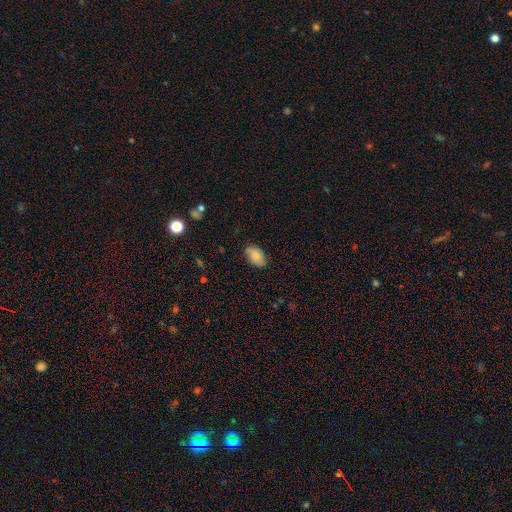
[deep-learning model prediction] A smooth galaxy with no disk features (72%) that is in between round and cigar-shaped (90%).

Vote fractions:
- Smooth or featured? smooth: 72% / featured or disk: 20% / star or artifact: 8%
- How rounded? in between: 90% / round: 8% / cigar-shaped: 2%
- Merging? none: 76% / minor disturbance: 20% / major disturbance: 3% / merger: 1%